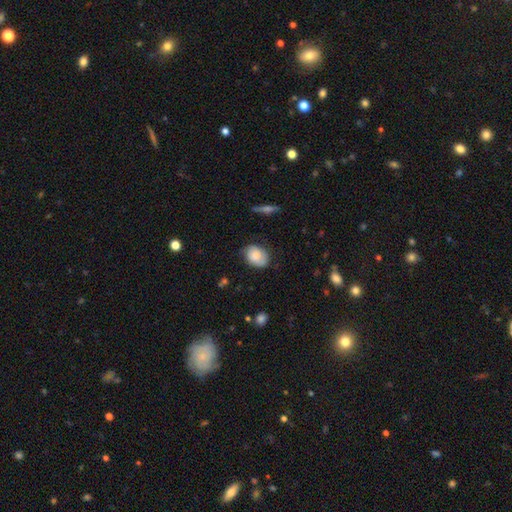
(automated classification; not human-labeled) Smooth or featured? smooth (74%)
How rounded? in between (71%)
Merging? none (70%)